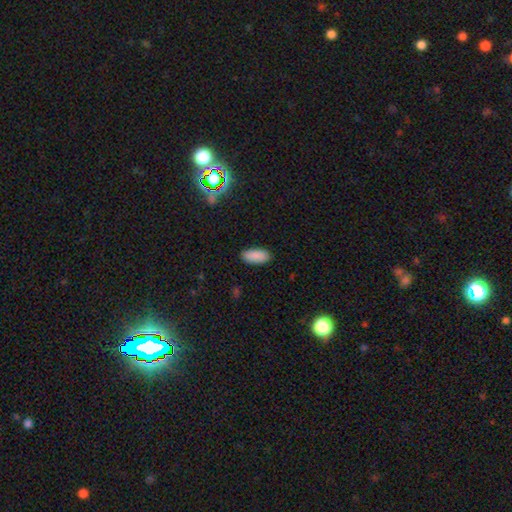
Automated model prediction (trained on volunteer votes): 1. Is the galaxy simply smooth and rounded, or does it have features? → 89% smooth, 7% star or artifact, 3% featured or disk.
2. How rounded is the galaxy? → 89% in between, 9% cigar-shaped, 2% round.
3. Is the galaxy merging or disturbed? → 89% none, 8% minor disturbance, 2% major disturbance, 1% merger.